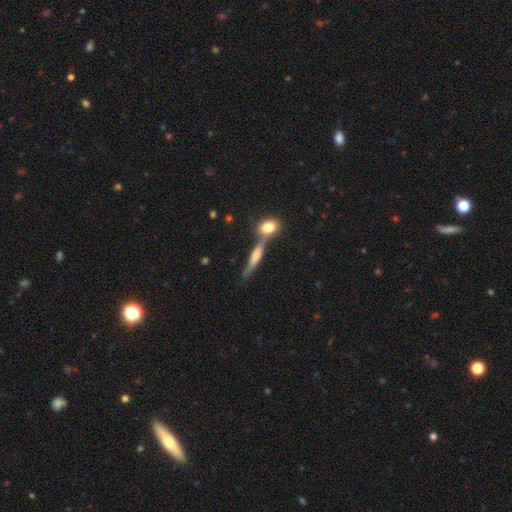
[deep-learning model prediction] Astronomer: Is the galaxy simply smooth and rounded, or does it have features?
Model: smooth — 46% (runner-up: featured or disk, 45%).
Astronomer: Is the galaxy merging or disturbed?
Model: none — 52% (runner-up: merger, 30%).